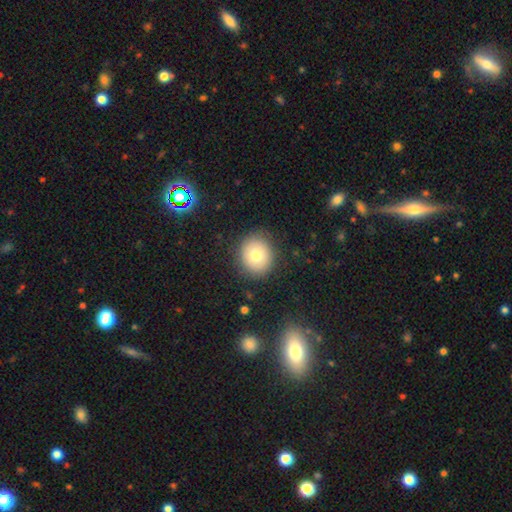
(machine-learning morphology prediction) Smooth or featured? smooth (72%)
How rounded? round (80%)
Merging? none (87%)